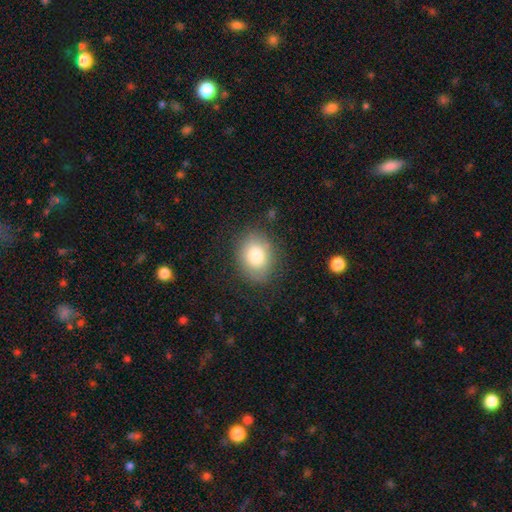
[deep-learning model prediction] Morphology: type=smooth (79%); roundness=in between (56%); merging=none (81%).